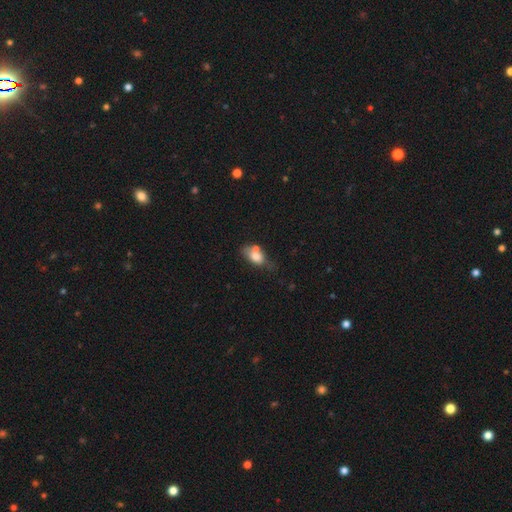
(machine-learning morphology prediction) Smooth or featured? Predicted: smooth (p=0.72). How rounded? Predicted: in between (p=0.82). Merging? Predicted: none (p=0.36).